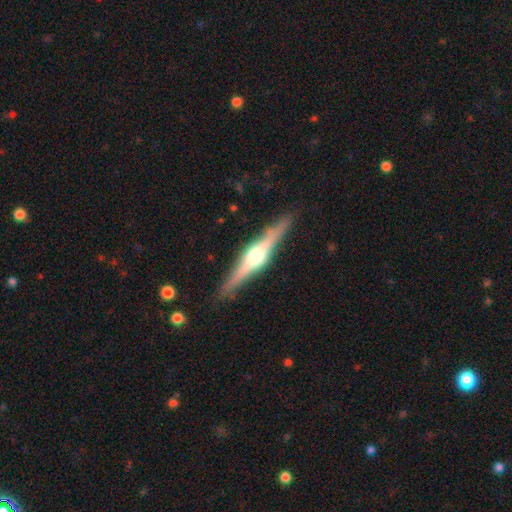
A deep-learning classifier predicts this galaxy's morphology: The model was most divided on "smooth or featured": featured or disk: 78%, smooth: 17%, star or artifact: 5%. More confident: edge-on disk — yes (98%); merging — none (89%); edge-on bulge — rounded (87%).